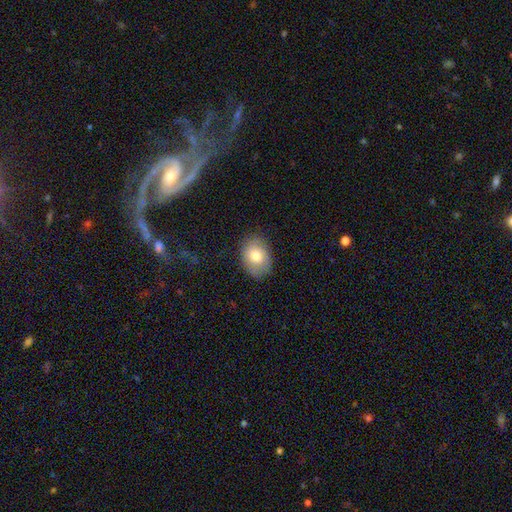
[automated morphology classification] smooth-or-featured: smooth: 77% | featured or disk: 15% | star or artifact: 8%
  how-rounded: in between: 66% | round: 33% | cigar-shaped: 1%
  merging: none: 82% | minor disturbance: 14% | major disturbance: 3% | merger: 1%